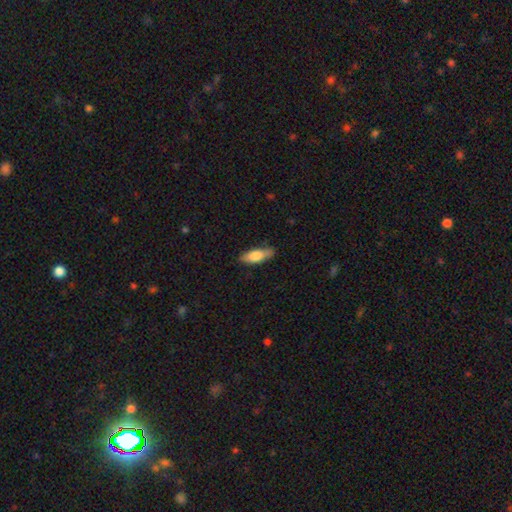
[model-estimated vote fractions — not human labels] smooth_or_featured: smooth (p=0.76) [alt: featured or disk p=0.19]
how_rounded: in between (p=0.64) [alt: cigar-shaped p=0.34]
merging: none (p=0.80) [alt: minor disturbance p=0.16]